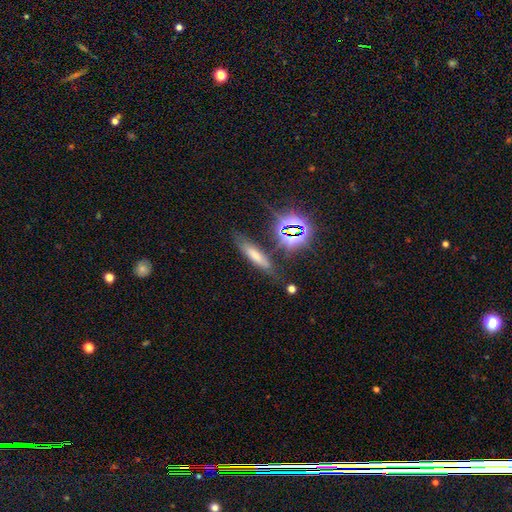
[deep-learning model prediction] A smooth galaxy with no disk features (59%) that is cigar-shaped (64%). Merging: none (72%).